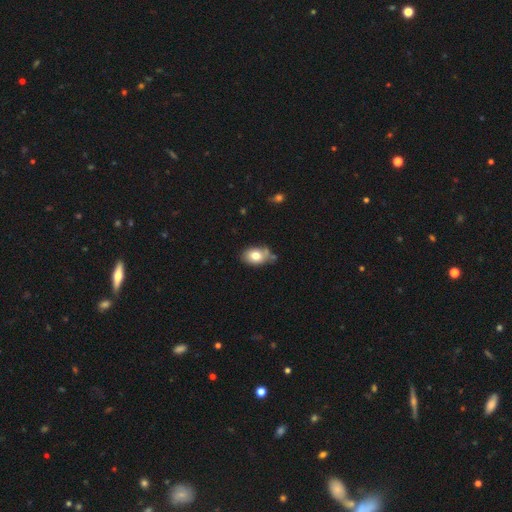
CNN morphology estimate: Overall: smooth (76%). How rounded: in between (78%). Merging: none (59%; minor disturbance 24%).